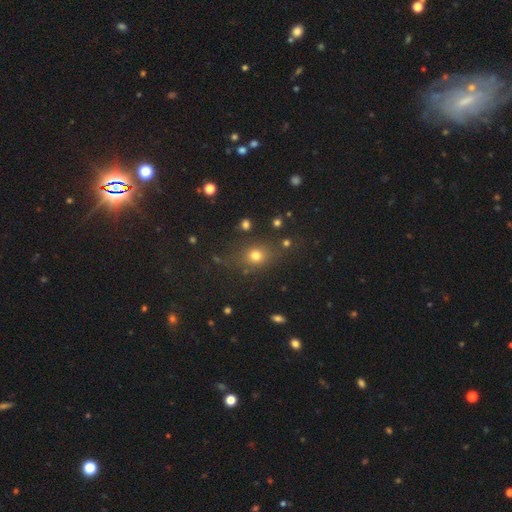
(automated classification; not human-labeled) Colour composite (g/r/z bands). It shows a smooth galaxy with no disk features (71%) that is round (63%). Merging: none (75%).